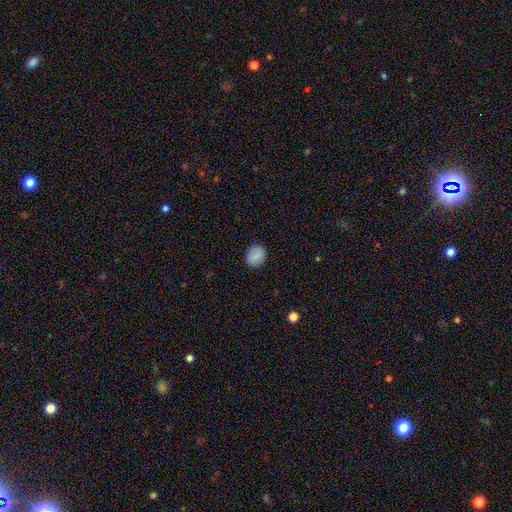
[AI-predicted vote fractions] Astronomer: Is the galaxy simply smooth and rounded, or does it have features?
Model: smooth — 87%.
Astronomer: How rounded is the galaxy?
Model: round — 68%.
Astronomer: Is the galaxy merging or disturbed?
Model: none — 88%.